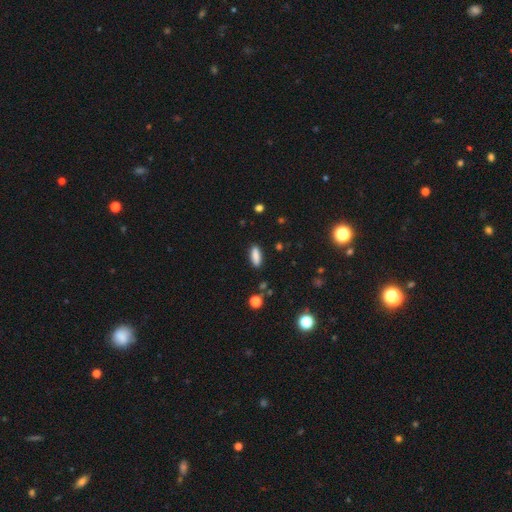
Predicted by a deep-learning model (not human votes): The model was most divided on "how rounded": in between: 63%, cigar-shaped: 35%, round: 2%. More confident: merging — none (87%); smooth or featured — smooth (87%).